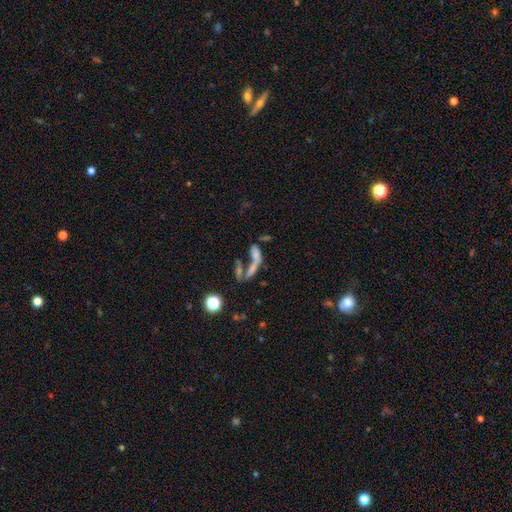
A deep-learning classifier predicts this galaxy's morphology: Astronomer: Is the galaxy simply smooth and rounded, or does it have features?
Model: smooth — 55%.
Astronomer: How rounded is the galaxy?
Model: cigar-shaped — 48% (runner-up: in between, 45%).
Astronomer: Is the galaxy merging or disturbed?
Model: merger — 60%.